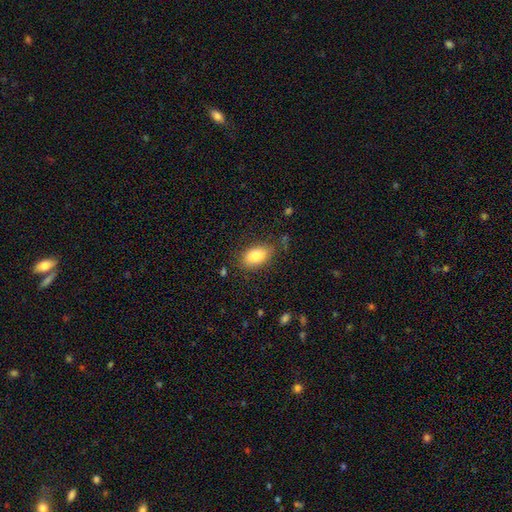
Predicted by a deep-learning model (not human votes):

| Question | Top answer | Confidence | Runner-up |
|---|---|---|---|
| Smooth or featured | smooth | 84% | featured or disk (9%) |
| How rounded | in between | 92% | round (6%) |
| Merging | none | 78% | minor disturbance (16%) |